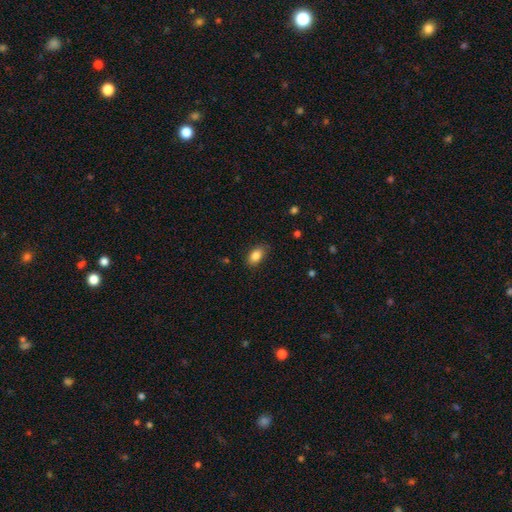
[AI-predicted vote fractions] This is clearly a smooth galaxy (86%). How rounded: clearly in between (88%). Merging: clearly none (82%).